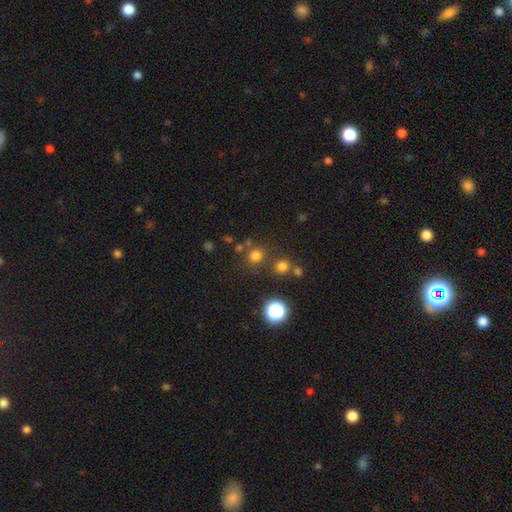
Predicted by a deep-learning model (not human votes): A smooth galaxy with no disk features (72%) that is round (87%).

Vote fractions:
- Smooth or featured? smooth: 72% / star or artifact: 22% / featured or disk: 6%
- How rounded? round: 87% / in between: 12% / cigar-shaped: 1%
- Merging? none: 75% / merger: 12% / minor disturbance: 9% / major disturbance: 4%